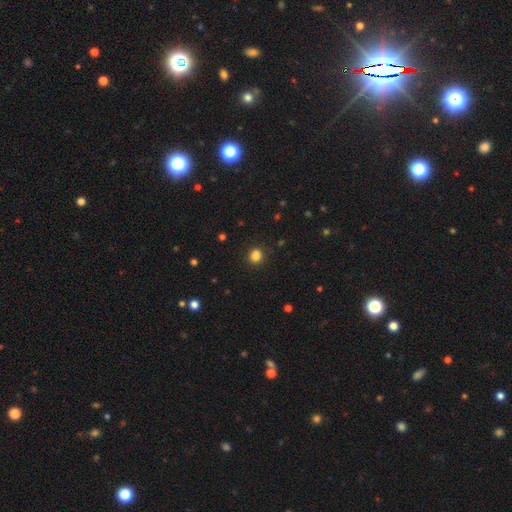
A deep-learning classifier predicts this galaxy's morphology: Smooth or featured?
  - smooth: 84% *
  - star or artifact: 13%
  - featured or disk: 4%
How rounded?
  - round: 72% *
  - in between: 27%
  - cigar-shaped: 1%
Merging?
  - none: 86% *
  - minor disturbance: 10%
  - major disturbance: 3%
  - merger: 2%